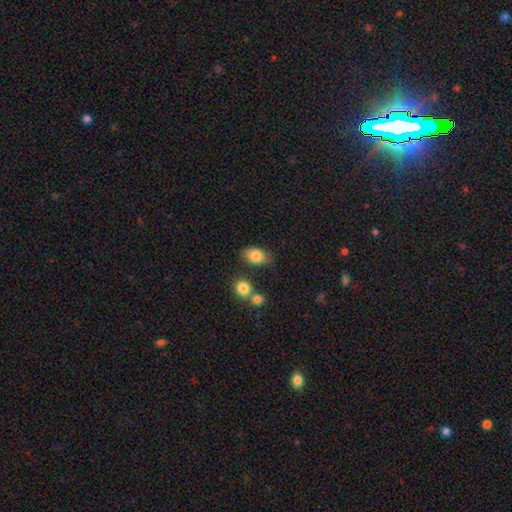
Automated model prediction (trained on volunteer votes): Overall: smooth (84%). How rounded: in between (83%). Merging: none (72%).